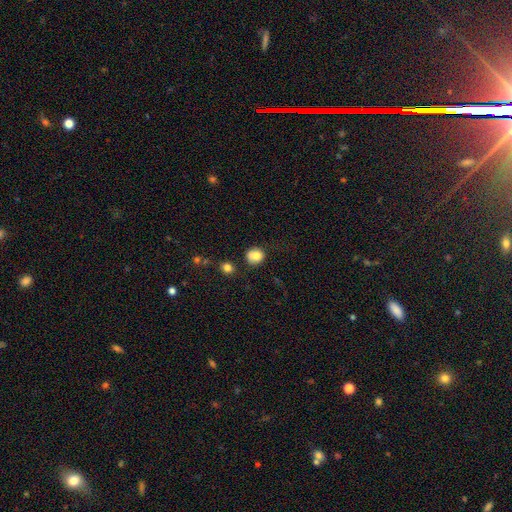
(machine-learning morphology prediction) type=smooth (79%); roundness=round (81%); merging=none (59%).